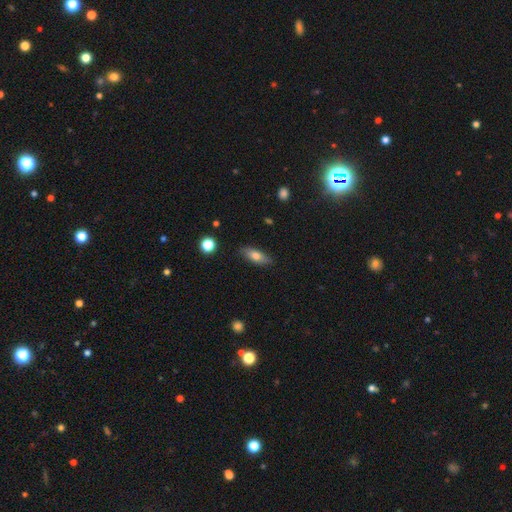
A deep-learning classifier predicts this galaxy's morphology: Smooth or featured? Predicted: smooth (p=0.70). How rounded? Predicted: in between (p=0.68). Merging? Predicted: none (p=0.83).